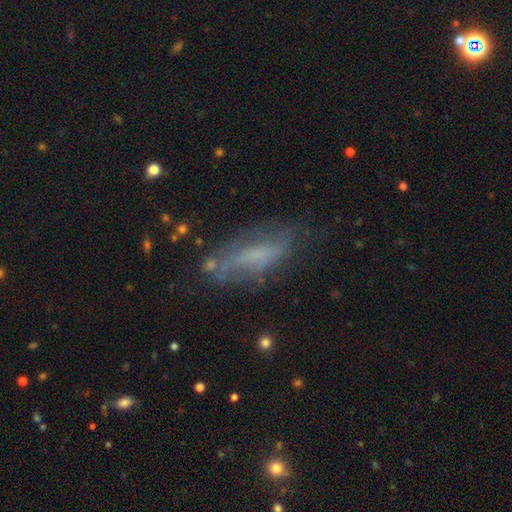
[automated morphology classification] smooth_or_featured: smooth (p=0.47) [alt: featured or disk p=0.42]
merging: none (p=0.61) [alt: minor disturbance p=0.24]